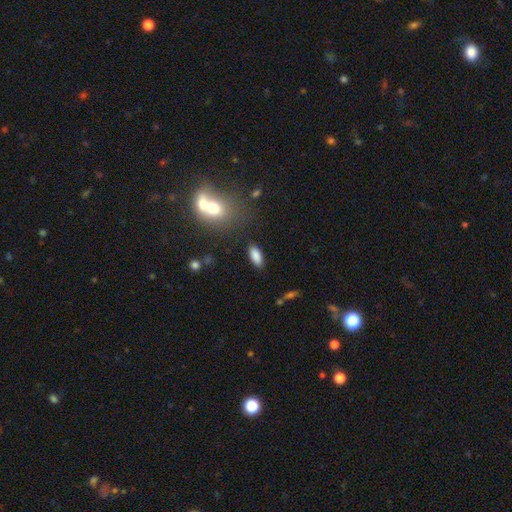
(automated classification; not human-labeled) Smooth or featured? Predicted: smooth (p=0.86). How rounded? Predicted: in between (p=0.84). Merging? Predicted: none (p=0.86).